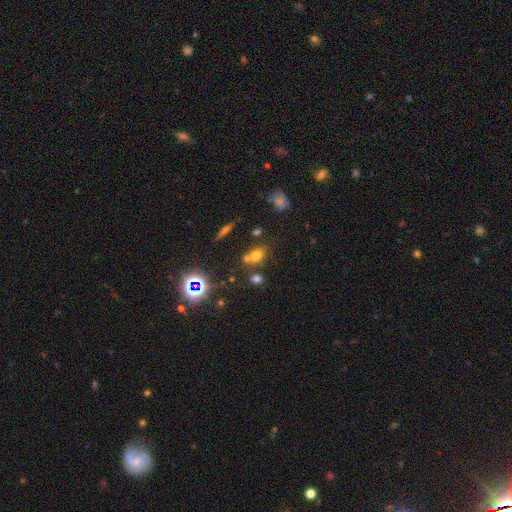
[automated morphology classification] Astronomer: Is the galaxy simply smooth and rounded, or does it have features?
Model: smooth — 63%.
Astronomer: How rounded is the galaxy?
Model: in between — 65%.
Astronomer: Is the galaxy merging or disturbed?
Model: none — 55%.